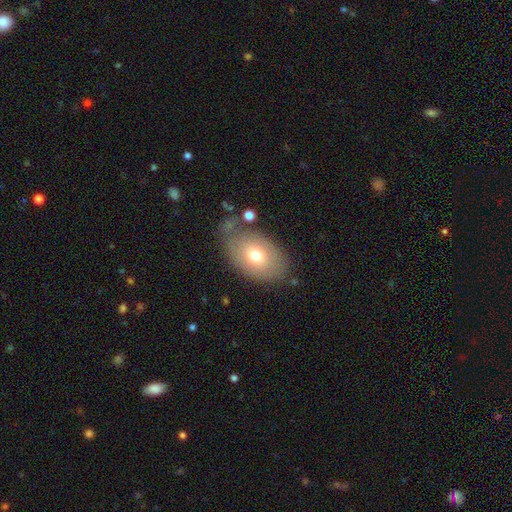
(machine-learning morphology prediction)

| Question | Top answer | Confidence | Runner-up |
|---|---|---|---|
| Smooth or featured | smooth | 69% | featured or disk (23%) |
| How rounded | in between | 85% | round (13%) |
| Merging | none | 66% | minor disturbance (19%) |